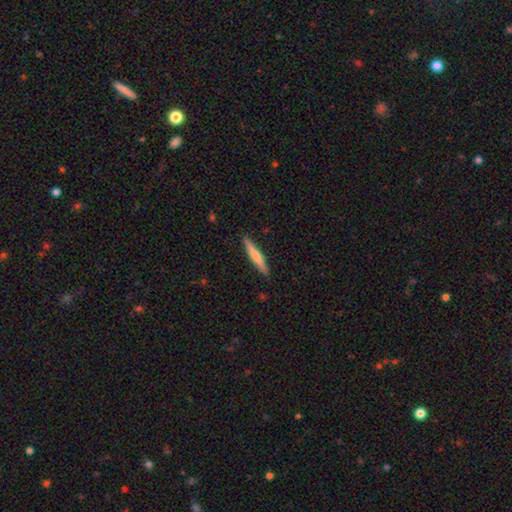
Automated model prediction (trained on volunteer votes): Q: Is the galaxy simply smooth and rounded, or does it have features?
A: smooth — 61%.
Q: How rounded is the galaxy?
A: cigar-shaped — 93%.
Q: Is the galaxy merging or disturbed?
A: none — 90%.